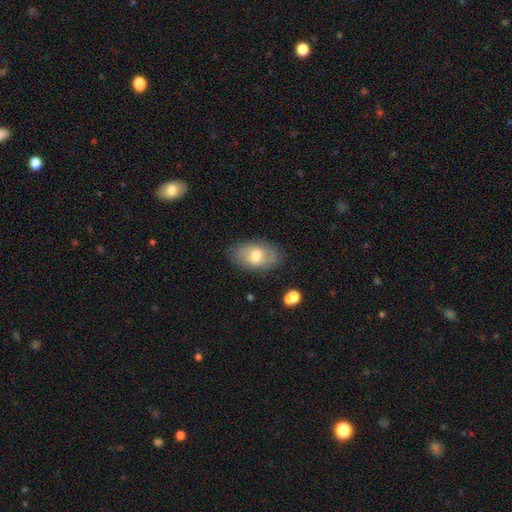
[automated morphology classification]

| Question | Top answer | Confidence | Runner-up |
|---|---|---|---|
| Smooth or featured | smooth | 63% | featured or disk (29%) |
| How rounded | in between | 90% | round (8%) |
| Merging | none | 78% | minor disturbance (16%) |